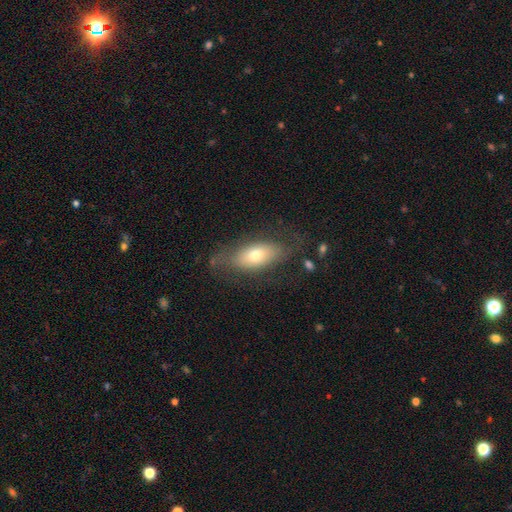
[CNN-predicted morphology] Smooth or featured? Predicted: smooth (p=0.61). How rounded? Predicted: in between (p=0.80). Merging? Predicted: none (p=0.66).